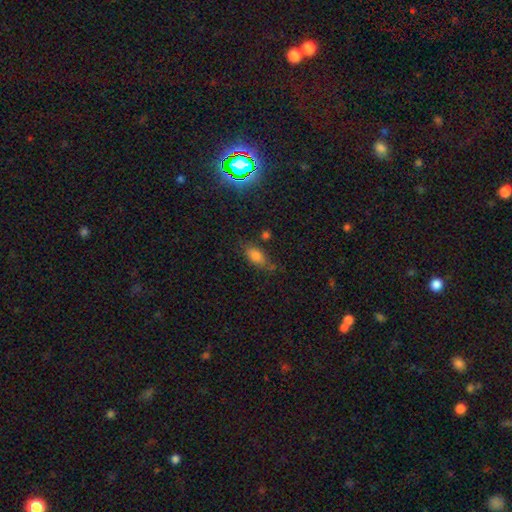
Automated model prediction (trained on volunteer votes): This is likely a smooth galaxy (76%). How rounded: clearly in between (84%). Merging: likely none (66%).